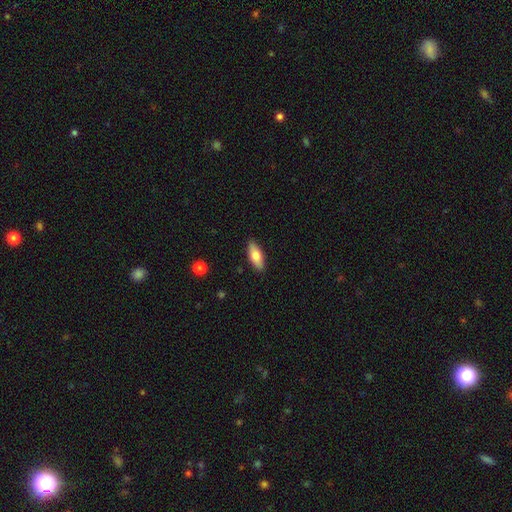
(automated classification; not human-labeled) smooth 72%, featured or disk 22%, star or artifact 6%. Down the decision tree: how rounded — in between (75%); merging — none (89%).